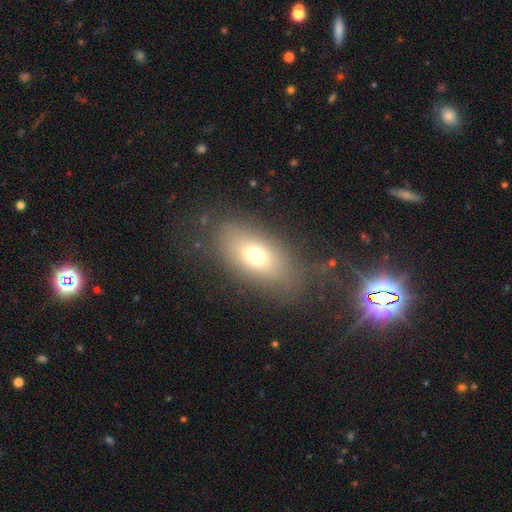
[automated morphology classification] The model was most divided on "smooth or featured": smooth: 69%, featured or disk: 19%, star or artifact: 12%. More confident: how rounded — in between (83%); merging — none (73%).